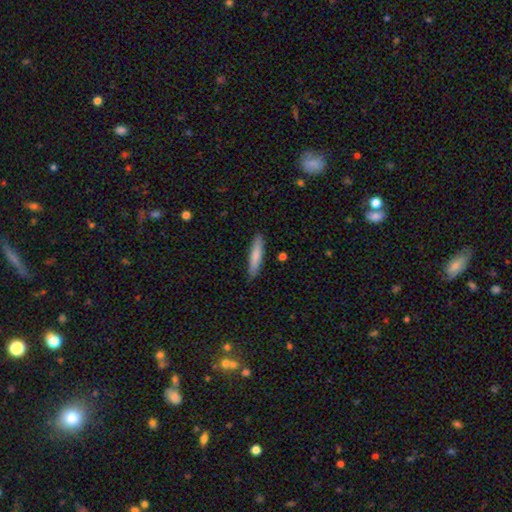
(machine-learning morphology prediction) smooth 80%, featured or disk 15%, star or artifact 6%. Down the decision tree: how rounded — cigar-shaped (86%); merging — none (87%).